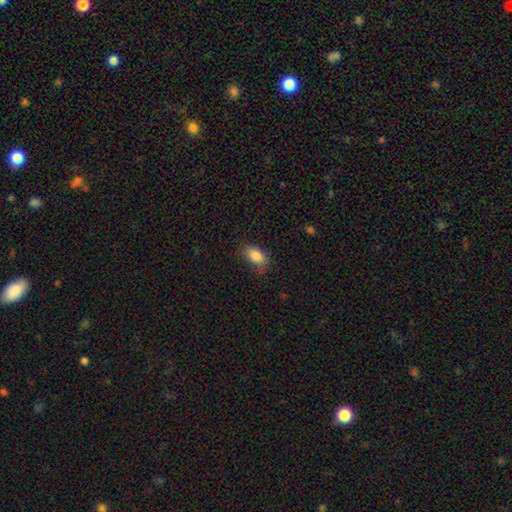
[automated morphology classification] A smooth galaxy with no disk features (86%) that is in between round and cigar-shaped (91%). Merging: none (68%).